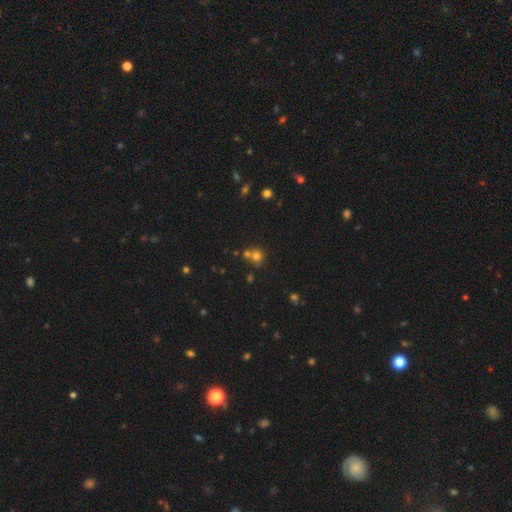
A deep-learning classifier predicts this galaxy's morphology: smooth_or_featured: smooth (p=0.70) [alt: star or artifact p=0.19]
how_rounded: round (p=0.83) [alt: in between p=0.16]
merging: none (p=0.49) [alt: merger p=0.38]